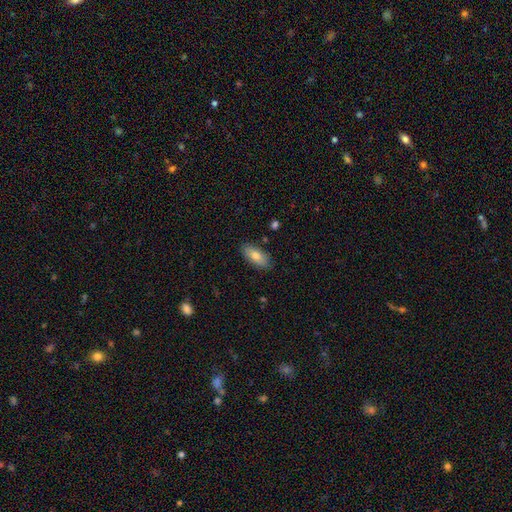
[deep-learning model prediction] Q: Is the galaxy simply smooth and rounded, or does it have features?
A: smooth — 76%.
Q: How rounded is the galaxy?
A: in between — 84%.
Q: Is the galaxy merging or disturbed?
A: none — 86%.